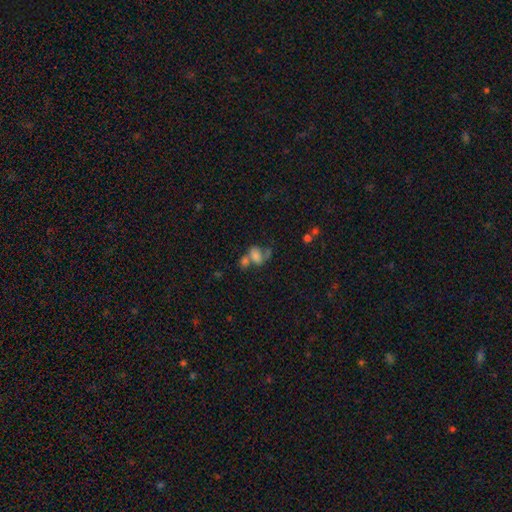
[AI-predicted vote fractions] A smooth galaxy with no disk features (60%) that is in between round and cigar-shaped (72%). Merging: merger (50%).